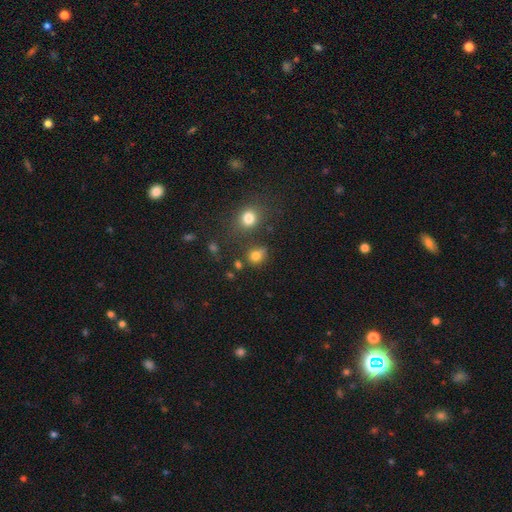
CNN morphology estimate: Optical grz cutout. It shows a smooth galaxy with no disk features (77%) that is round (68%). Merging: none (61%).